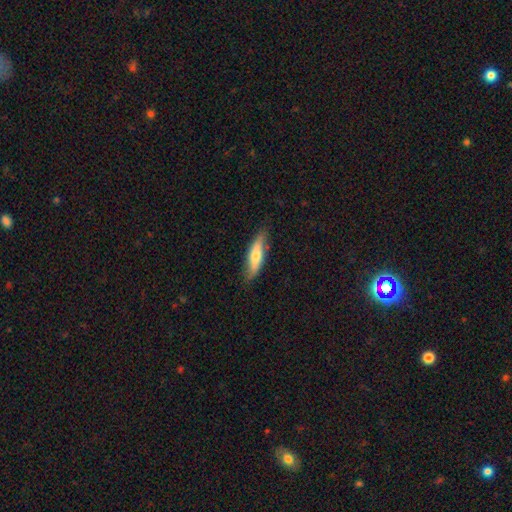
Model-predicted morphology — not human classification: type=smooth (61%); roundness=cigar-shaped (66%); merging=none (77%).